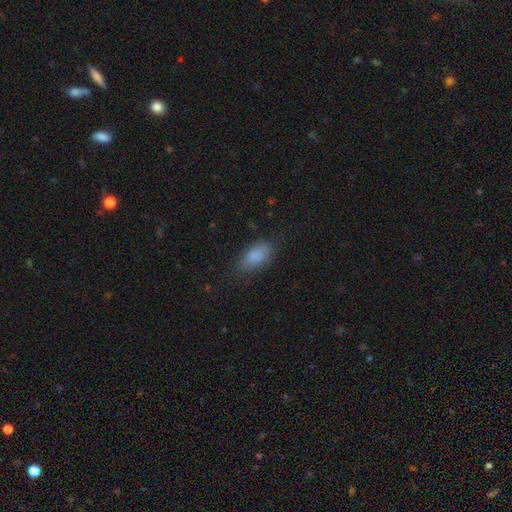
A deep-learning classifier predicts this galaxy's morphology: type=smooth (85%); roundness=in between (90%); merging=none (72%).